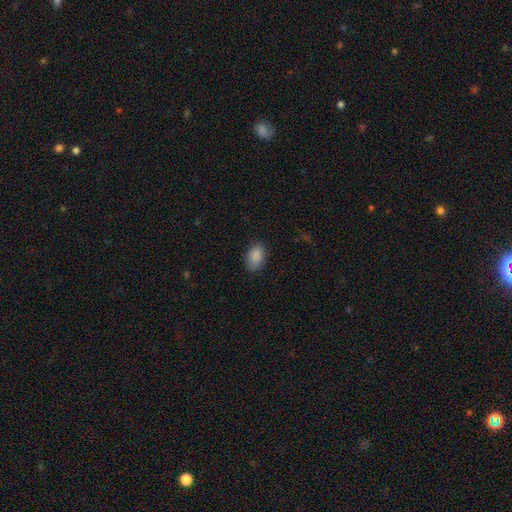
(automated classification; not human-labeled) This is clearly a smooth galaxy (89%). How rounded: clearly in between (88%). Merging: clearly none (82%).